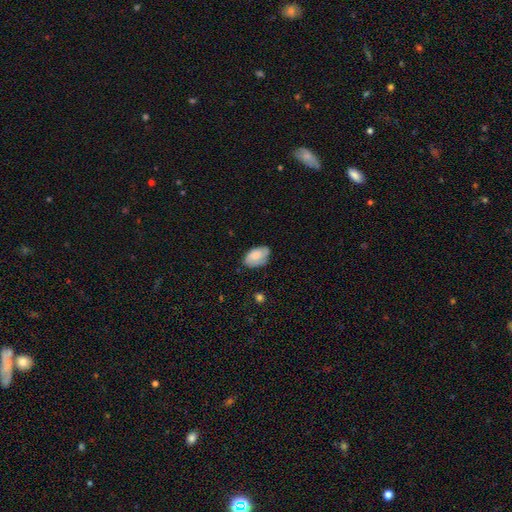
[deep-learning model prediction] Overall: smooth (68%). How rounded: in between (91%). Merging: none (66%; minor disturbance 27%).